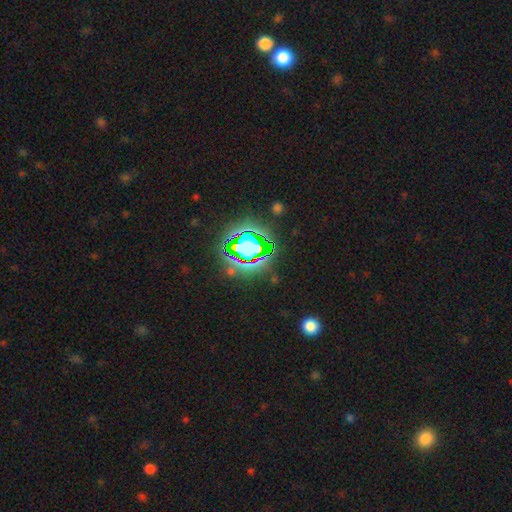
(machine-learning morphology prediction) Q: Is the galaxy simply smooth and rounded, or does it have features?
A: star or artifact — 69%.